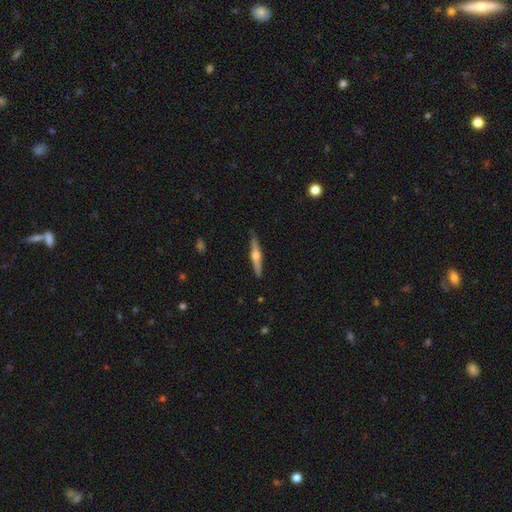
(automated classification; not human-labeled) smooth-or-featured: featured or disk: 67% | smooth: 27% | star or artifact: 5%
  disk-edge-on: yes: 97% | no: 3%
    edge-on-bulge: rounded: 93% | none: 4% | boxy: 3%
  merging: none: 88% | minor disturbance: 9% | major disturbance: 1% | merger: 1%